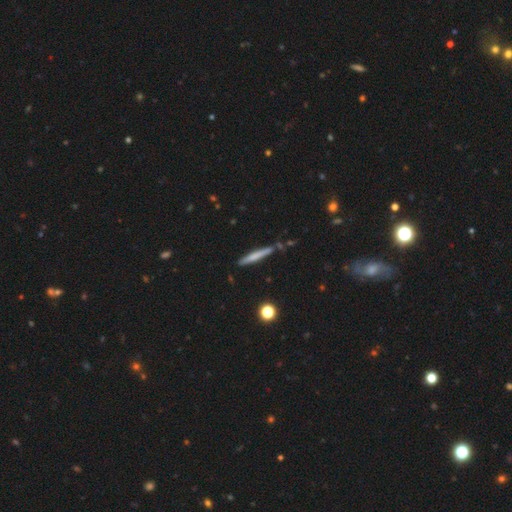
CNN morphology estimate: Q: Smooth or featured?
A: smooth (62%); runner-up: featured or disk (31%)
Q: How rounded?
A: cigar-shaped (95%); runner-up: in between (3%)
Q: Merging?
A: none (82%); runner-up: minor disturbance (12%)